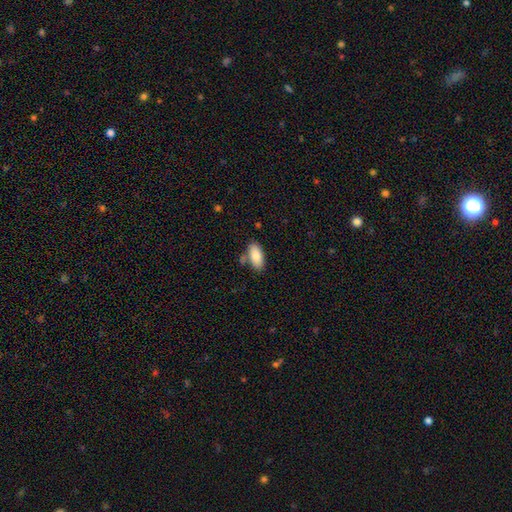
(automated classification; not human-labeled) A smooth galaxy with no disk features (87%) that is in between round and cigar-shaped (90%). Merging: none (74%).